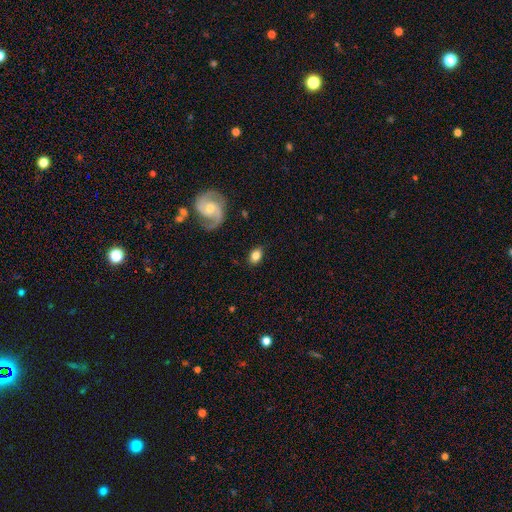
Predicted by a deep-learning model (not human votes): Smooth or featured? Predicted: smooth (p=0.75). How rounded? Predicted: in between (p=0.80). Merging? Predicted: none (p=0.84).